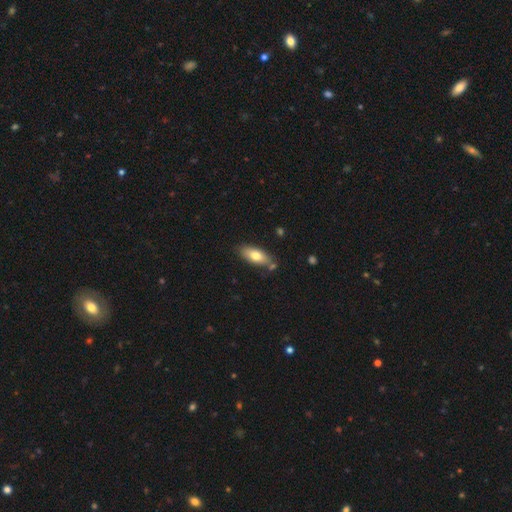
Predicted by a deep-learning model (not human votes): Smooth or featured: smooth — 74% (featured or disk — 20%)
How rounded: in between — 82% (cigar-shaped — 16%)
Merging: none — 73% (minor disturbance — 16%)